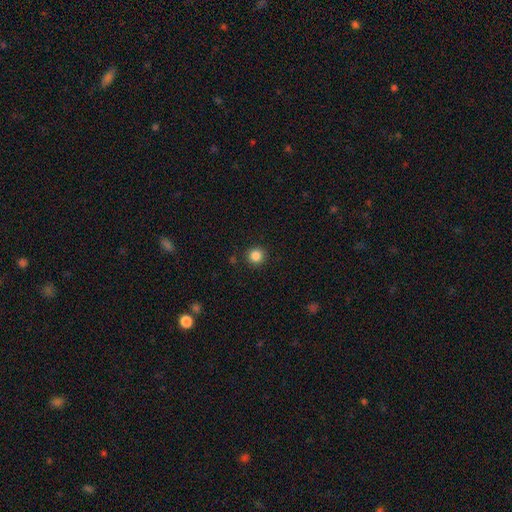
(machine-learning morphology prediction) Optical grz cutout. It shows a smooth galaxy with no disk features (85%) that is round (94%). Merging: none (91%).